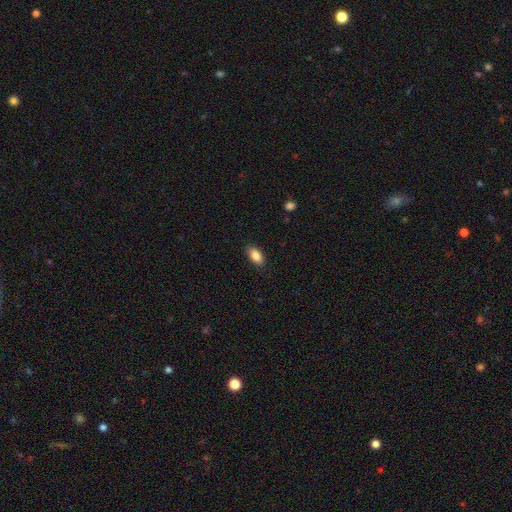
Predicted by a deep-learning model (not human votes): Overall: smooth (87%). How rounded: in between (91%). Merging: none (86%).